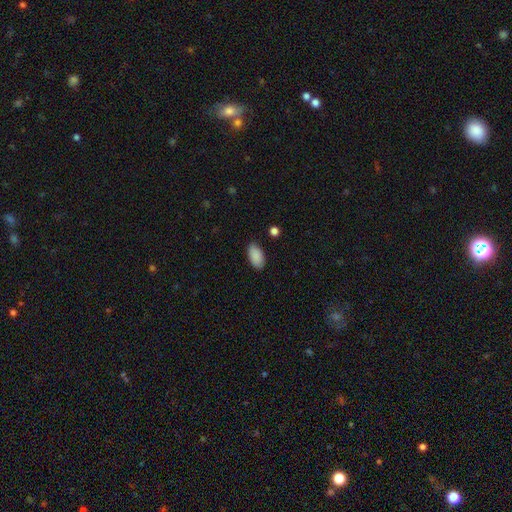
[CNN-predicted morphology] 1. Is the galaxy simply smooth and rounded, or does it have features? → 89% smooth, 7% star or artifact, 4% featured or disk.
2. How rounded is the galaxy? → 94% in between, 3% round, 2% cigar-shaped.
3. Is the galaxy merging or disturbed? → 84% none, 12% minor disturbance, 2% major disturbance, 1% merger.